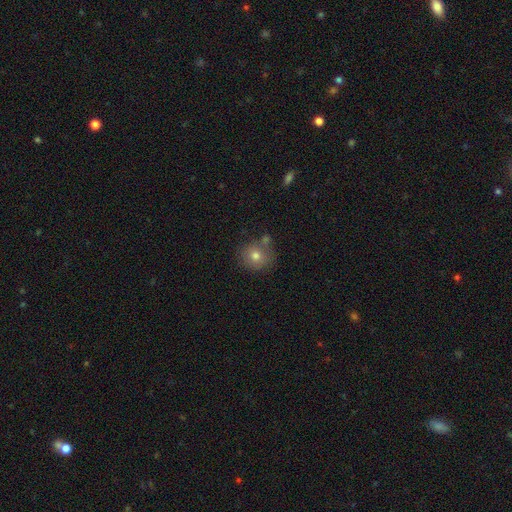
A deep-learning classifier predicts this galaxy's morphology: Smooth or featured? smooth (76%)
How rounded? round (87%)
Merging? none (70%)